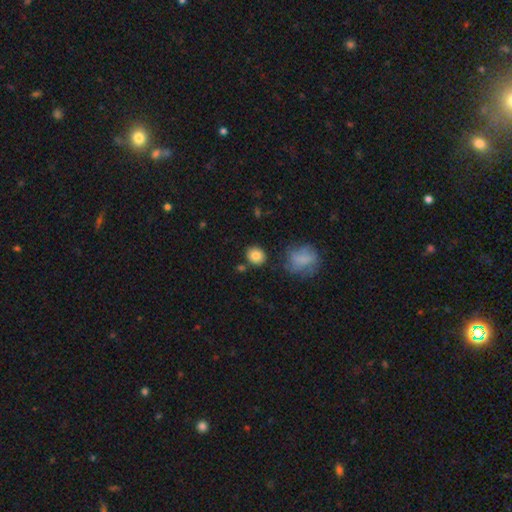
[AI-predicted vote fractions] smooth_or_featured: smooth (p=0.83) [alt: star or artifact p=0.10]
how_rounded: round (p=0.78) [alt: in between p=0.21]
merging: none (p=0.81) [alt: minor disturbance p=0.10]